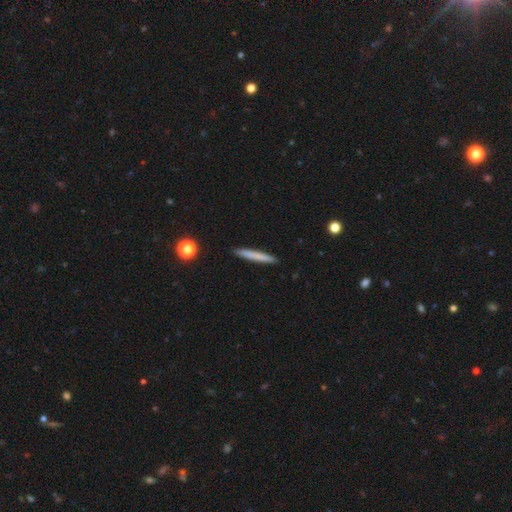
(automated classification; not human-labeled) A smooth galaxy with no disk features (73%) that is cigar-shaped (96%). Merging: none (92%).